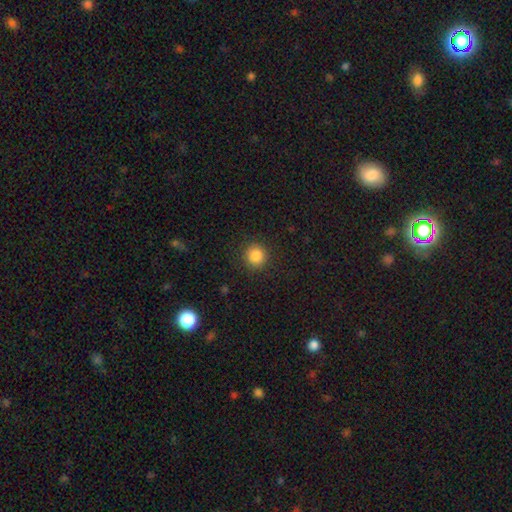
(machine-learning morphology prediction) The model was most divided on "smooth or featured": smooth: 85%, star or artifact: 11%, featured or disk: 5%. More confident: how rounded — round (93%); merging — none (91%).